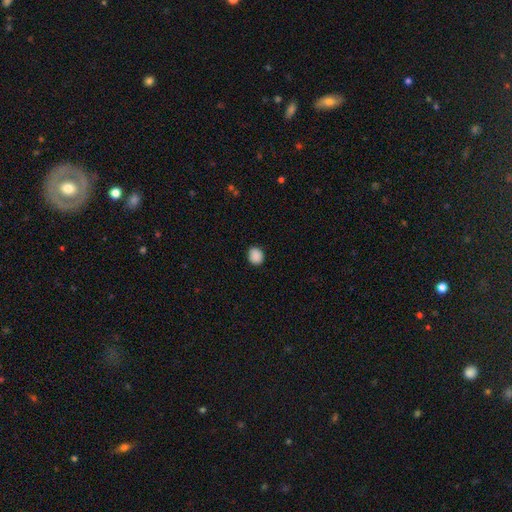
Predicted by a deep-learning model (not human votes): Smooth or featured? smooth (89%)
How rounded? round (60%)
Merging? none (85%)